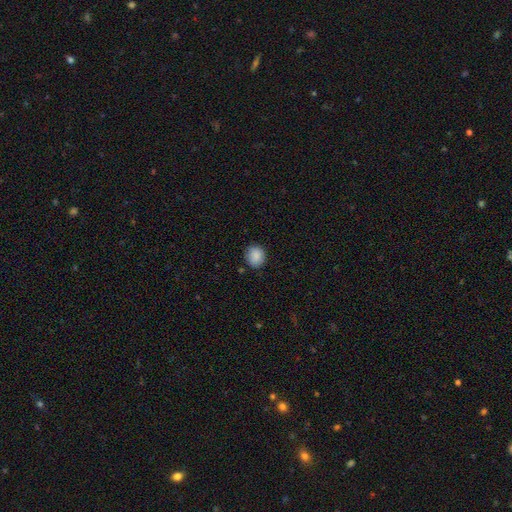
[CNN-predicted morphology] Overall: smooth (88%). How rounded: round (73%). Merging: none (85%).